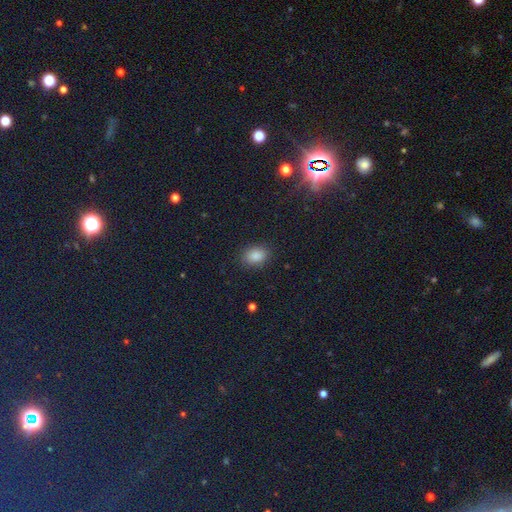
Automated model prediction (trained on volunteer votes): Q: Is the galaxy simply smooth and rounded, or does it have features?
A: smooth — 84%.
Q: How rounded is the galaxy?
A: in between — 74%.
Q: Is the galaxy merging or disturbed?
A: none — 86%.